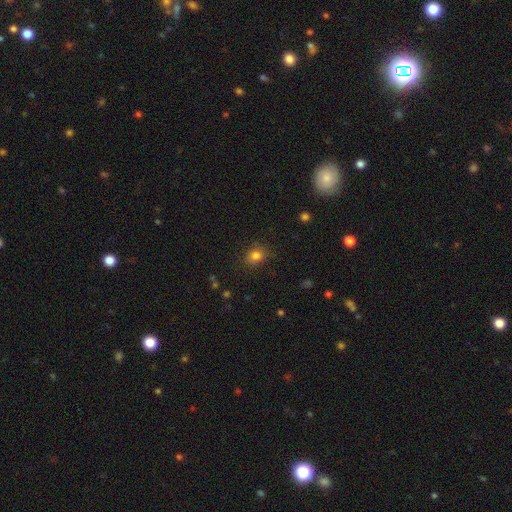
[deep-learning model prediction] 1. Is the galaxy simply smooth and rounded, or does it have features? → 81% smooth, 13% star or artifact, 7% featured or disk.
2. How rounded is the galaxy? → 54% round, 45% in between, 1% cigar-shaped.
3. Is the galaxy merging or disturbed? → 82% none, 13% minor disturbance, 4% major disturbance, 1% merger.